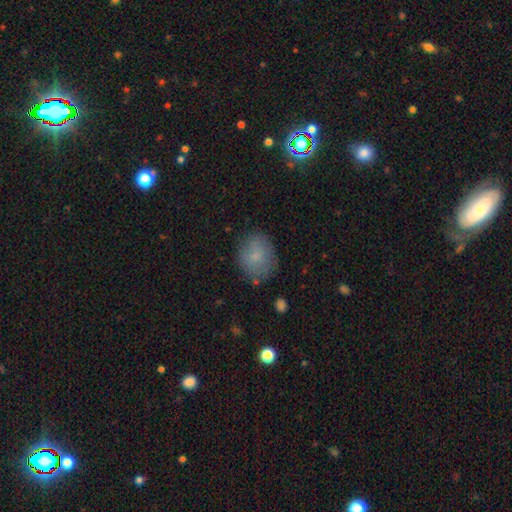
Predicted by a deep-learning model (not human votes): smooth_or_featured: smooth (p=0.76) [alt: featured or disk p=0.14]
how_rounded: round (p=0.53) [alt: in between p=0.46]
merging: none (p=0.76) [alt: minor disturbance p=0.18]